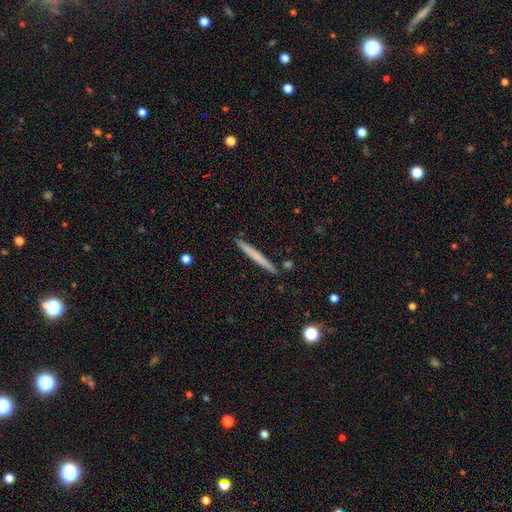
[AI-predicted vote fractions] Q: Smooth or featured?
A: smooth (63%); runner-up: featured or disk (32%)
Q: How rounded?
A: cigar-shaped (97%); runner-up: in between (2%)
Q: Merging?
A: none (90%); runner-up: minor disturbance (7%)